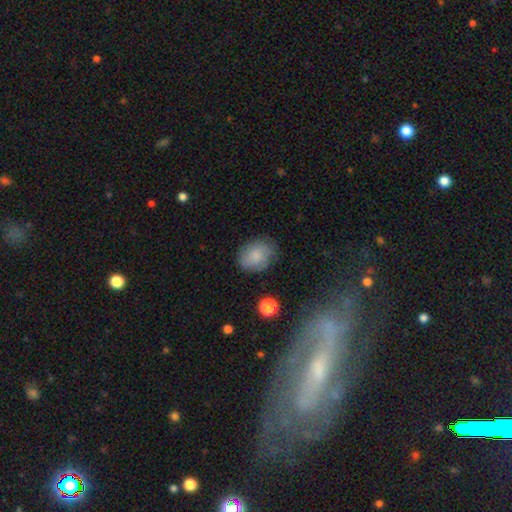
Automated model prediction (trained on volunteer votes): Q: Smooth or featured?
A: smooth (75%); runner-up: featured or disk (16%)
Q: How rounded?
A: in between (54%); runner-up: round (45%)
Q: Merging?
A: none (75%); runner-up: minor disturbance (18%)